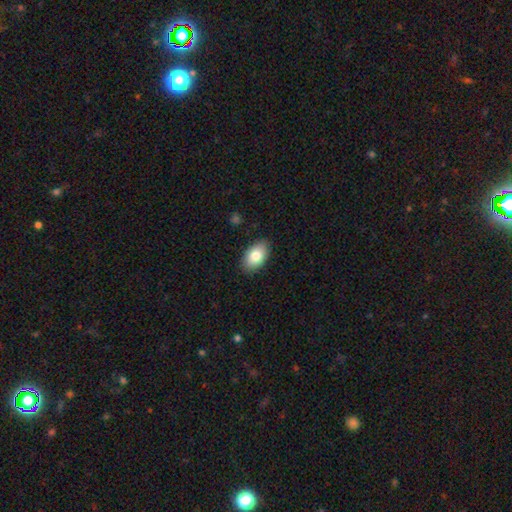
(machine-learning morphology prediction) type=smooth (81%); roundness=in between (93%); merging=none (88%).